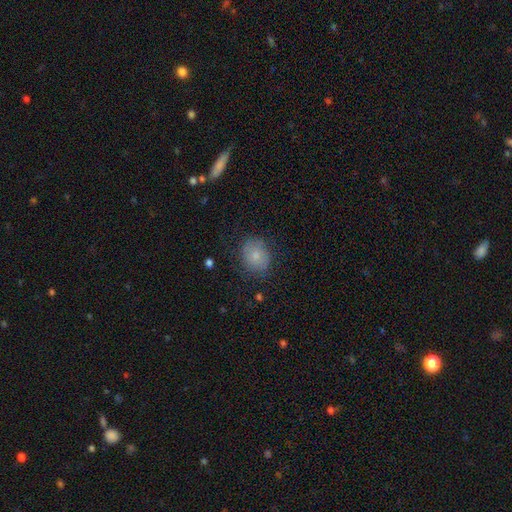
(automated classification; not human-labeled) A smooth galaxy with no disk features (74%) that is round (53%).

Vote fractions:
- Smooth or featured? smooth: 74% / featured or disk: 17% / star or artifact: 9%
- How rounded? round: 53% / in between: 46% / cigar-shaped: 1%
- Merging? none: 77% / minor disturbance: 17% / major disturbance: 5% / merger: 1%